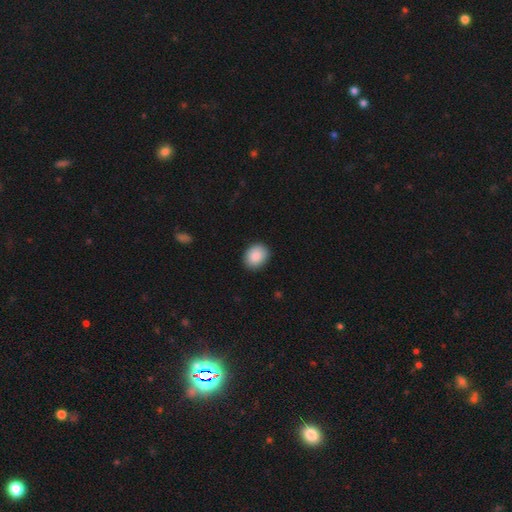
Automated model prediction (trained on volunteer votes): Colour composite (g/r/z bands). It shows a smooth galaxy with no disk features (89%) that is in between round and cigar-shaped (51%). Merging: none (88%).